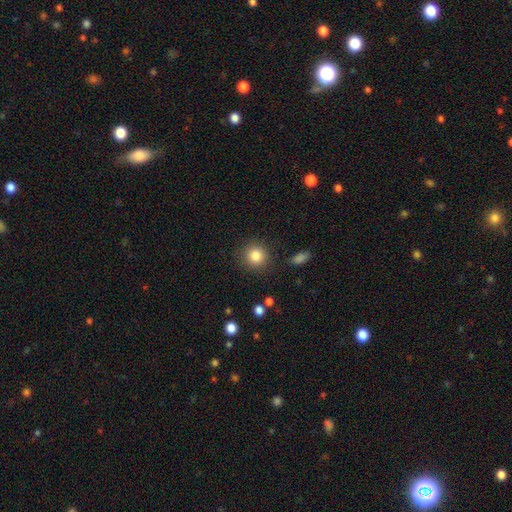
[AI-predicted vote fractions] Smooth or featured? smooth (84%)
How rounded? round (91%)
Merging? none (88%)